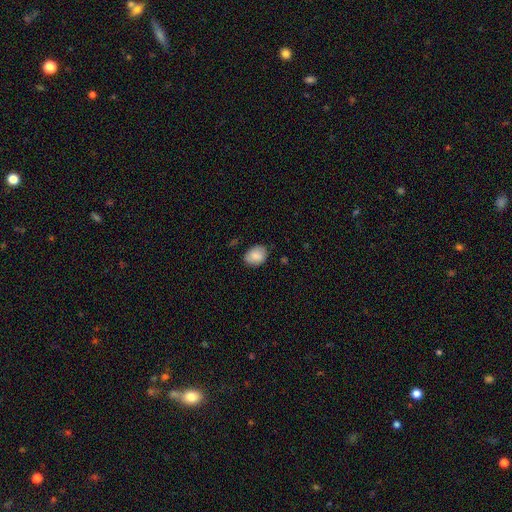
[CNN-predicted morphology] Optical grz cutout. It shows a smooth galaxy with no disk features (86%) that is in between round and cigar-shaped (69%). Merging: none (80%).